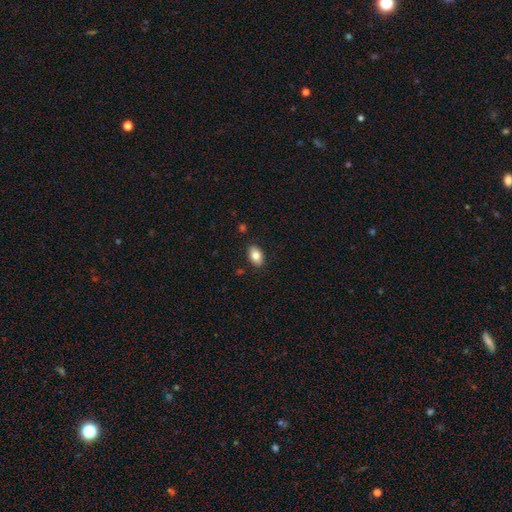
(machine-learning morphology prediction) This appears to be a smooth galaxy with no disk features (81%) that is in between round and cigar-shaped (90%). Merging: none (88%).